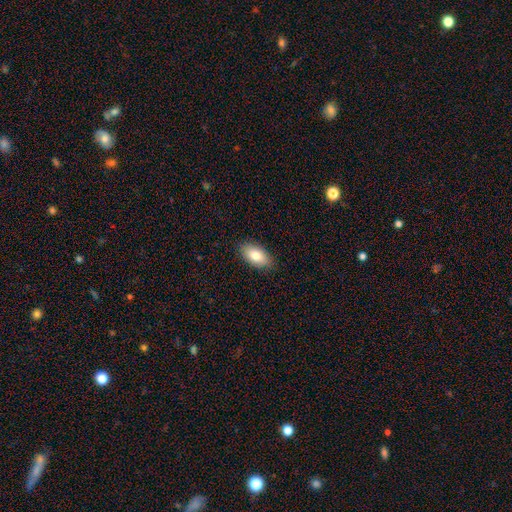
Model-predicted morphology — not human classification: The model was most divided on "smooth or featured": smooth: 81%, featured or disk: 12%, star or artifact: 7%. More confident: how rounded — in between (93%); merging — none (88%).